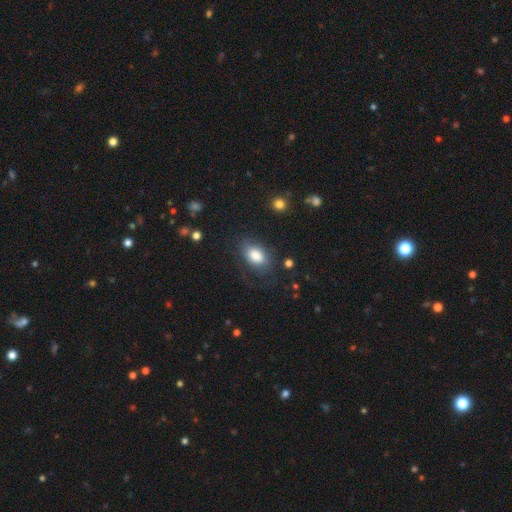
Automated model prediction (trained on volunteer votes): The model was most divided on "merging": none: 67%, minor disturbance: 19%, major disturbance: 12%, merger: 2%. More confident: how rounded — in between (88%); smooth or featured — smooth (81%).